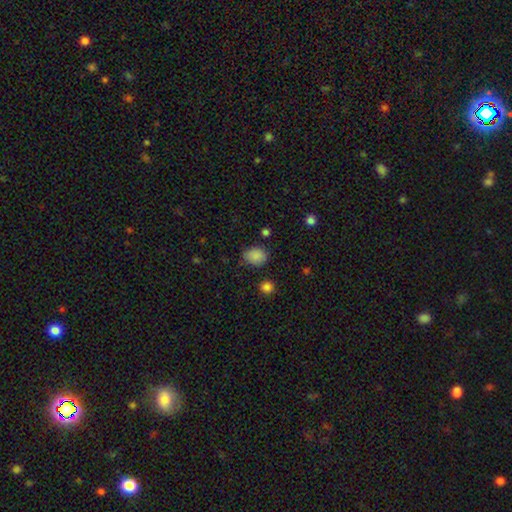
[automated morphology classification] smooth_or_featured: smooth (p=0.84) [alt: star or artifact p=0.11]
how_rounded: in between (p=0.55) [alt: round p=0.44]
merging: none (p=0.71) [alt: minor disturbance p=0.21]